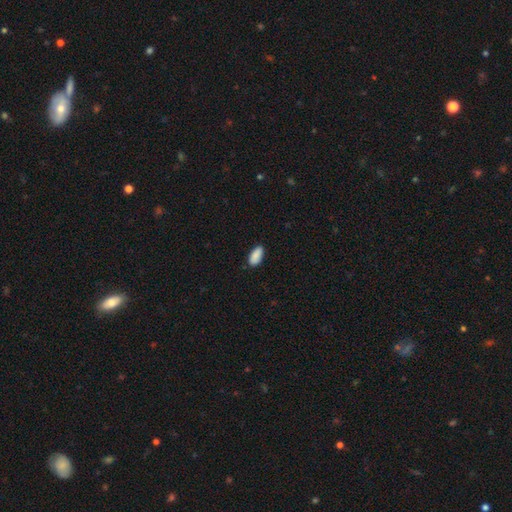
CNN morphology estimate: A smooth galaxy with no disk features (89%) that is in between round and cigar-shaped (91%).

Vote fractions:
- Smooth or featured? smooth: 89% / star or artifact: 6% / featured or disk: 4%
- How rounded? in between: 91% / cigar-shaped: 7% / round: 2%
- Merging? none: 84% / minor disturbance: 12% / major disturbance: 2% / merger: 1%